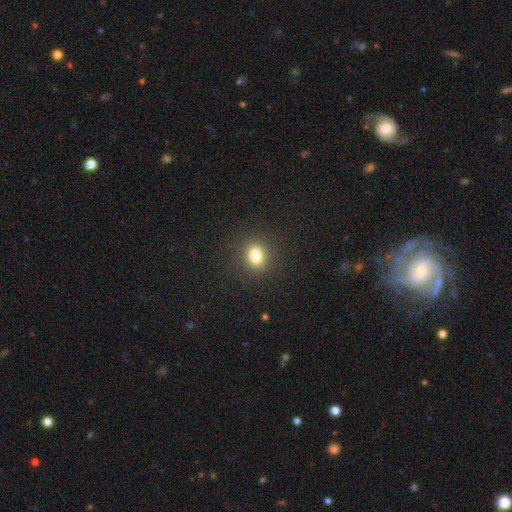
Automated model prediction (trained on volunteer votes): A smooth galaxy with no disk features (81%) that is round (57%). Merging: none (89%).